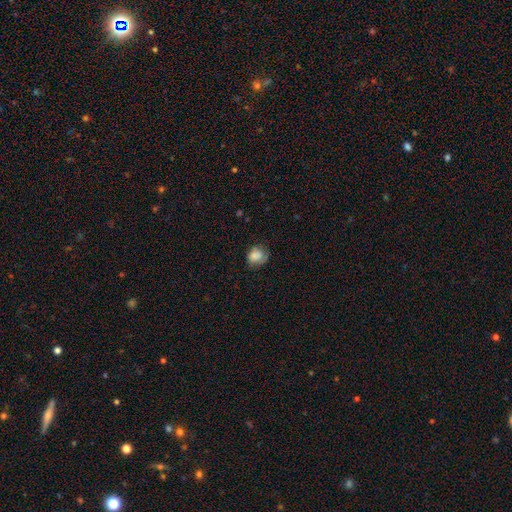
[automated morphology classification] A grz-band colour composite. It shows a smooth galaxy with no disk features (74%) that is round (61%). Merging: none (55%).